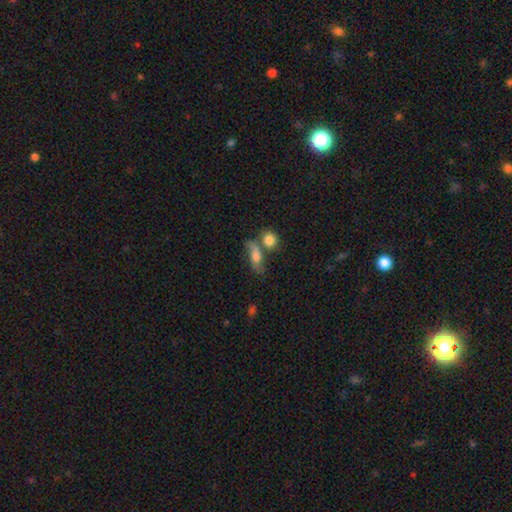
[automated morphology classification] smooth_or_featured: smooth (p=0.58) [alt: featured or disk p=0.31]
how_rounded: in between (p=0.62) [alt: cigar-shaped p=0.21]
merging: none (p=0.44) [alt: merger p=0.27]